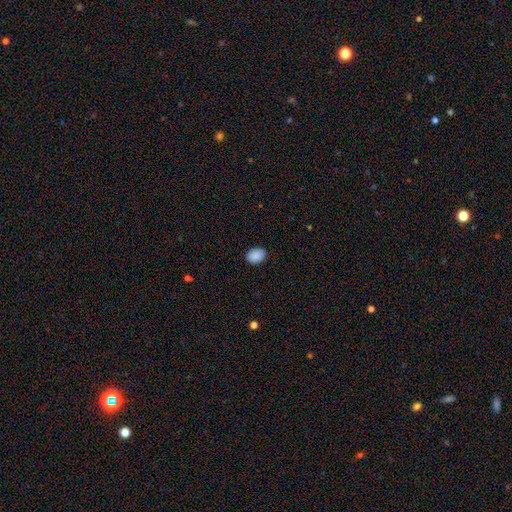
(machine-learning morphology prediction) Smooth or featured: smooth — 89% (star or artifact — 8%)
How rounded: in between — 70% (round — 29%)
Merging: none — 86% (minor disturbance — 11%)